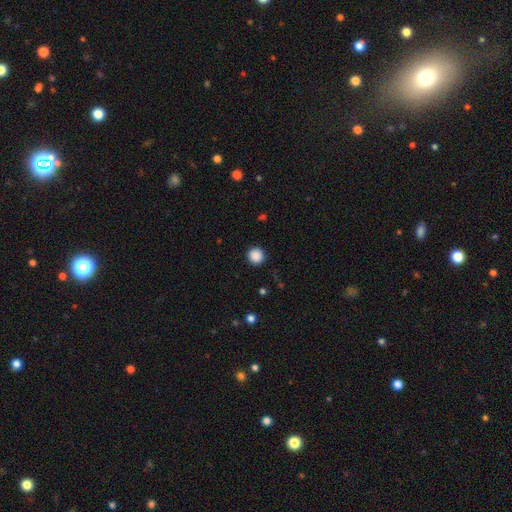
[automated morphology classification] The model was most divided on "smooth or featured": smooth: 88%, star or artifact: 9%, featured or disk: 2%. More confident: how rounded — round (95%); merging — none (91%).